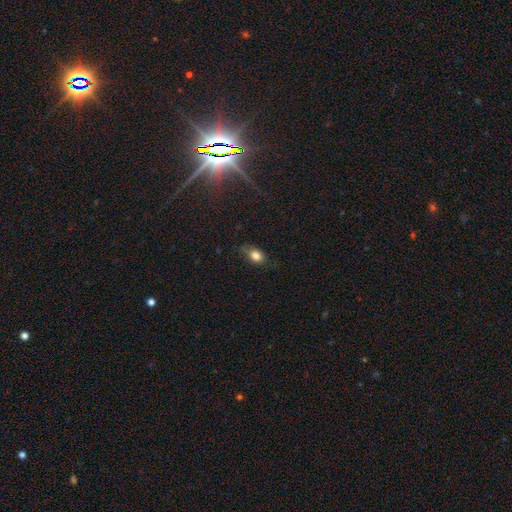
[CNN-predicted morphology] Q: Smooth or featured?
A: smooth (82%); runner-up: star or artifact (10%)
Q: How rounded?
A: in between (77%); runner-up: round (20%)
Q: Merging?
A: none (67%); runner-up: minor disturbance (25%)